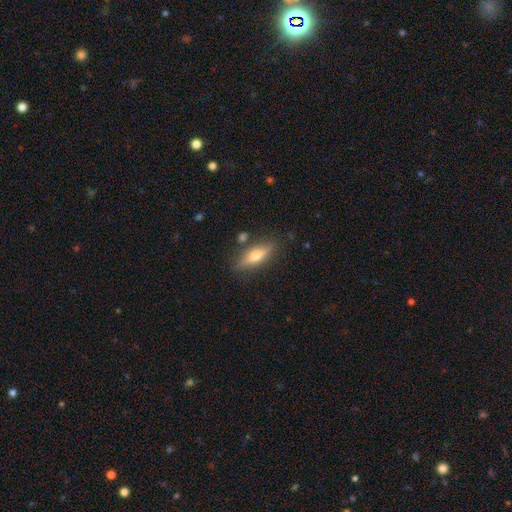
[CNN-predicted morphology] This appears to be a smooth galaxy with no disk features (55%) that is in between round and cigar-shaped (51%). Merging: none (82%).